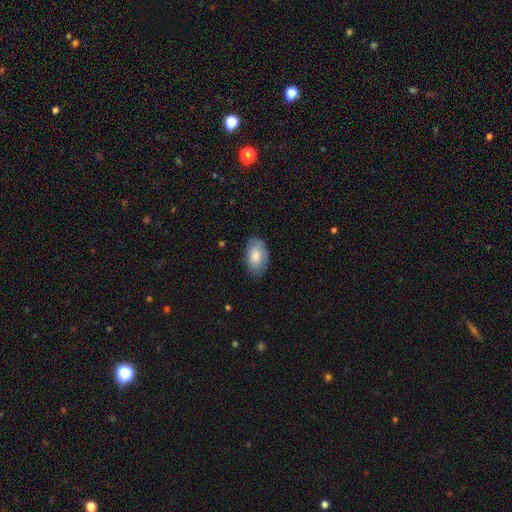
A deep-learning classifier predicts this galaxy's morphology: Smooth or featured: smooth — 75% (featured or disk — 18%)
How rounded: in between — 92% (round — 7%)
Merging: none — 71% (minor disturbance — 23%)